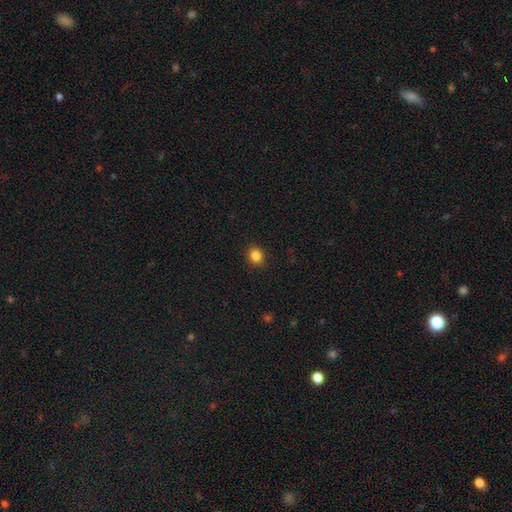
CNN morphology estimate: Smooth or featured? Predicted: smooth (p=0.85). How rounded? Predicted: round (p=0.72). Merging? Predicted: none (p=0.91).